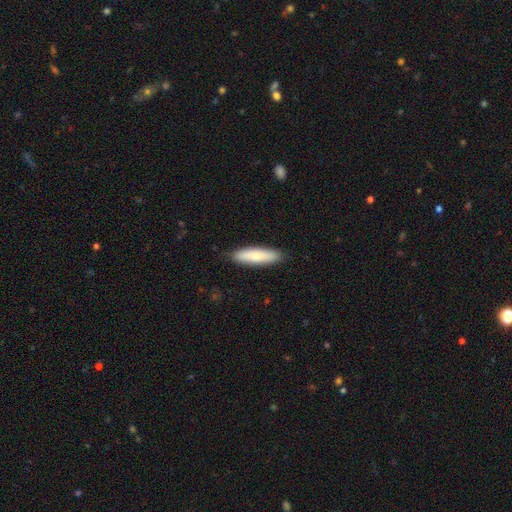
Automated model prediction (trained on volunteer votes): Smooth or featured? Predicted: smooth (p=0.77). How rounded? Predicted: cigar-shaped (p=0.66). Merging? Predicted: none (p=0.86).